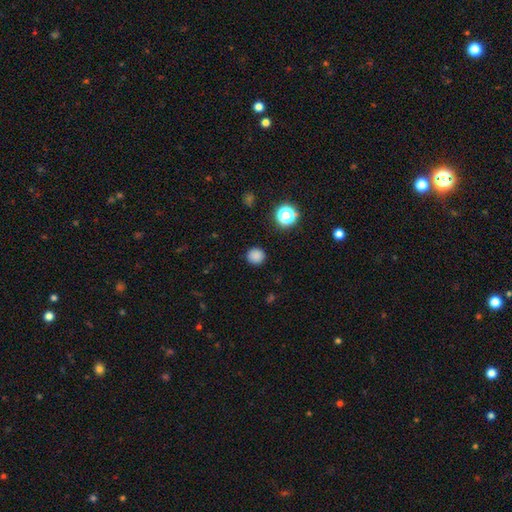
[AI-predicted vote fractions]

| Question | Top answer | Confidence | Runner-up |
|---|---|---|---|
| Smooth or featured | smooth | 83% | star or artifact (14%) |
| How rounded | round | 92% | in between (7%) |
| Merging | none | 90% | minor disturbance (6%) |